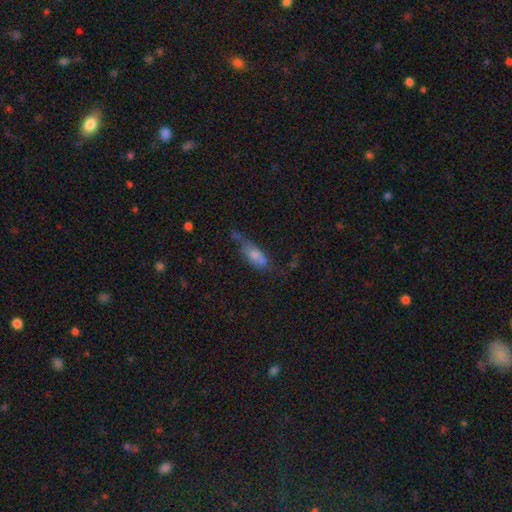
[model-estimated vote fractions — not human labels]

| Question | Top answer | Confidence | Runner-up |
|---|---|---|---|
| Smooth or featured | smooth | 64% | featured or disk (26%) |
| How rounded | in between | 72% | cigar-shaped (24%) |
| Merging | minor disturbance | 31% | none (30%) |